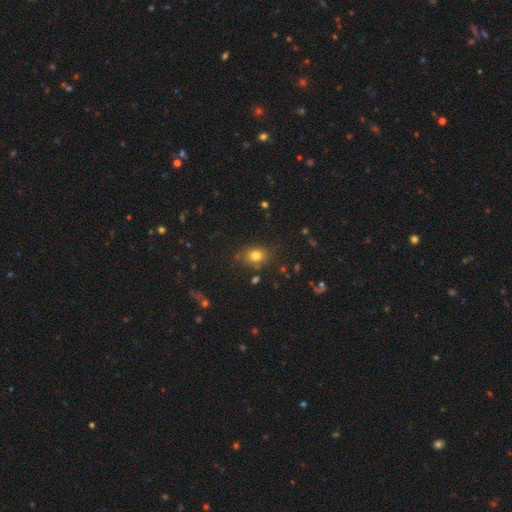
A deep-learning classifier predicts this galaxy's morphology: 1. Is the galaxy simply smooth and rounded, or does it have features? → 78% smooth, 14% star or artifact, 8% featured or disk.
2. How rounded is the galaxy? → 50% in between, 49% round, 1% cigar-shaped.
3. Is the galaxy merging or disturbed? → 79% none, 14% minor disturbance, 4% major disturbance, 3% merger.